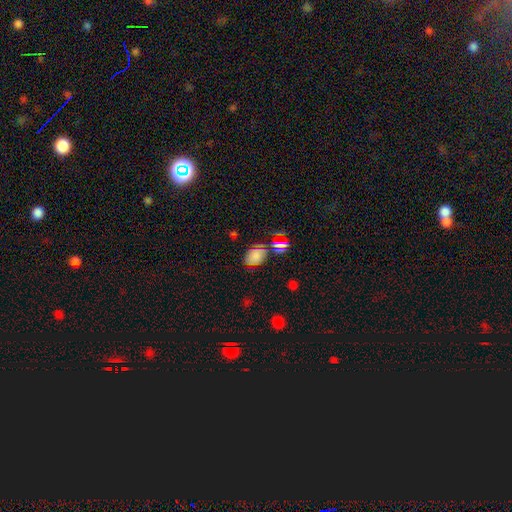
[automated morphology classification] The model was most divided on "merging": none: 61%, minor disturbance: 22%, major disturbance: 9%, merger: 8%. More confident: how rounded — in between (71%); smooth or featured — smooth (61%).